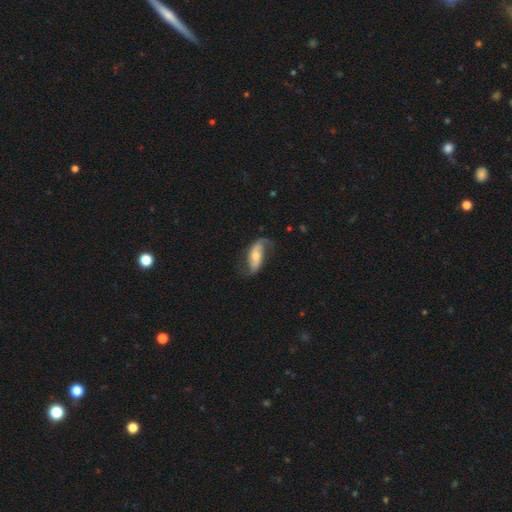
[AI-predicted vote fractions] Q: Smooth or featured?
A: featured or disk (70%); runner-up: smooth (24%)
Q: Edge-on disk?
A: no (90%); runner-up: yes (10%)
Q: Bar?
A: no (47%); runner-up: weak (29%)
Q: Spiral arms?
A: yes (89%); runner-up: no (11%)
Q: Spiral winding?
A: loose (68%); runner-up: medium (23%)
Q: Spiral arm count?
A: 2 (85%); runner-up: 1 (7%)
Q: Bulge size?
A: moderate (59%); runner-up: small (33%)
Q: Merging?
A: none (62%); runner-up: minor disturbance (23%)